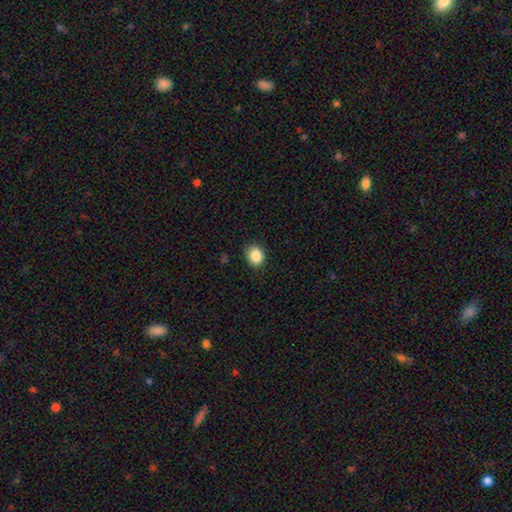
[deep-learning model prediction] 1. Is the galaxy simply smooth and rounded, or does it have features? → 87% smooth, 9% star or artifact, 4% featured or disk.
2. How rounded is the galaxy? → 56% round, 43% in between, 1% cigar-shaped.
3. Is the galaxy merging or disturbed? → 88% none, 8% minor disturbance, 2% major disturbance, 1% merger.